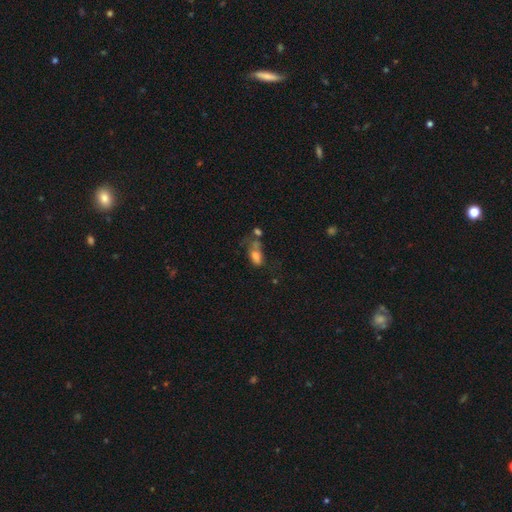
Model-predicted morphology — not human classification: Smooth or featured? smooth (70%)
How rounded? in between (86%)
Merging? merger (27%)